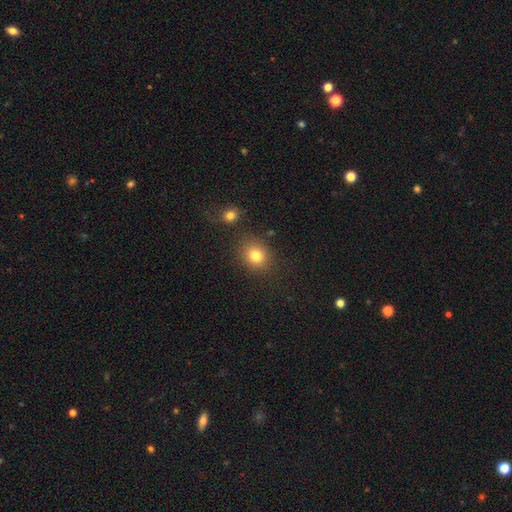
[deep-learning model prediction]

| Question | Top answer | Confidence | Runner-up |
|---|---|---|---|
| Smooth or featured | smooth | 80% | star or artifact (12%) |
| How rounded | round | 71% | in between (28%) |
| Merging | none | 81% | minor disturbance (10%) |